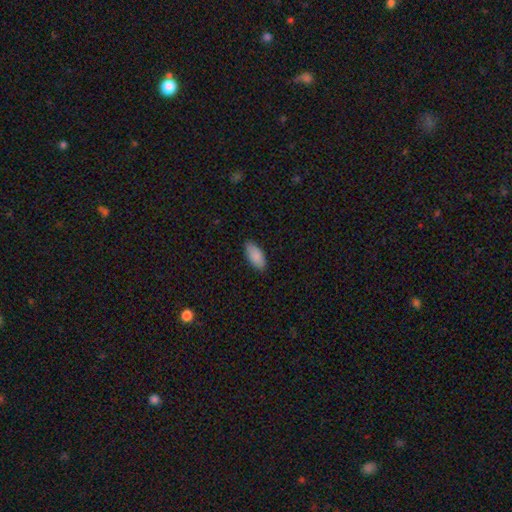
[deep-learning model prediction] smooth 89%, star or artifact 6%, featured or disk 5%. Down the decision tree: how rounded — in between (91%); merging — none (85%).